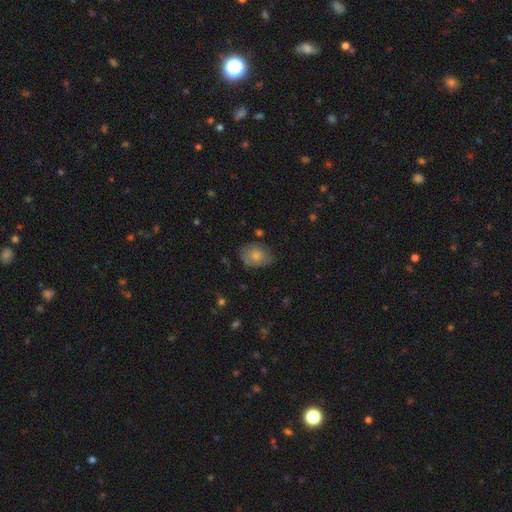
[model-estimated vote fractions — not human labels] smooth_or_featured: smooth (p=0.74) [alt: featured or disk p=0.18]
how_rounded: in between (p=0.69) [alt: round p=0.30]
merging: none (p=0.64) [alt: minor disturbance p=0.27]